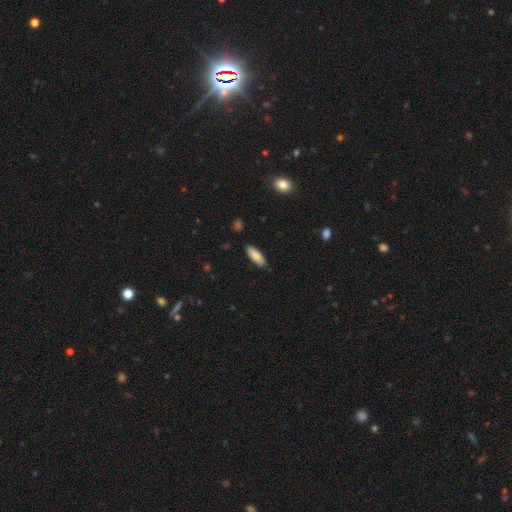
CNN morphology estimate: Smooth or featured: smooth — 86% (featured or disk — 8%)
How rounded: in between — 62% (cigar-shaped — 36%)
Merging: none — 88% (minor disturbance — 9%)